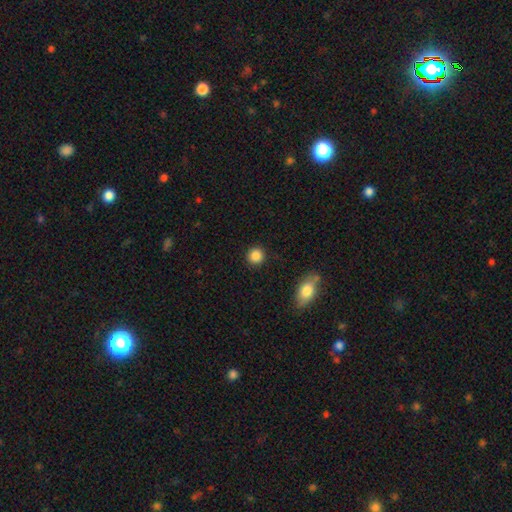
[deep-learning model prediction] Smooth or featured?
  - smooth: 88% *
  - star or artifact: 9%
  - featured or disk: 3%
How rounded?
  - round: 92% *
  - in between: 7%
  - cigar-shaped: 1%
Merging?
  - none: 91% *
  - minor disturbance: 6%
  - major disturbance: 2%
  - merger: 2%